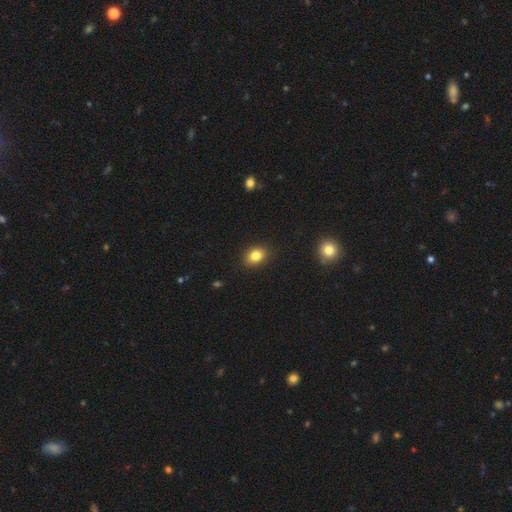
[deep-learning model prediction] smooth 82%, star or artifact 11%, featured or disk 7%. Down the decision tree: how rounded — in between (57%); merging — none (88%).